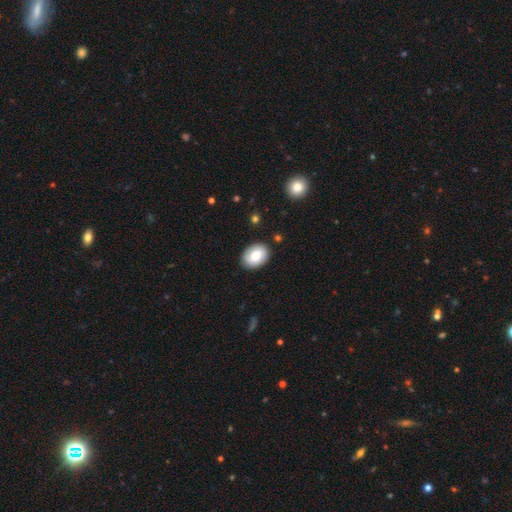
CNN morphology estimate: A smooth galaxy with no disk features (82%) that is in between round and cigar-shaped (77%). Merging: none (86%).